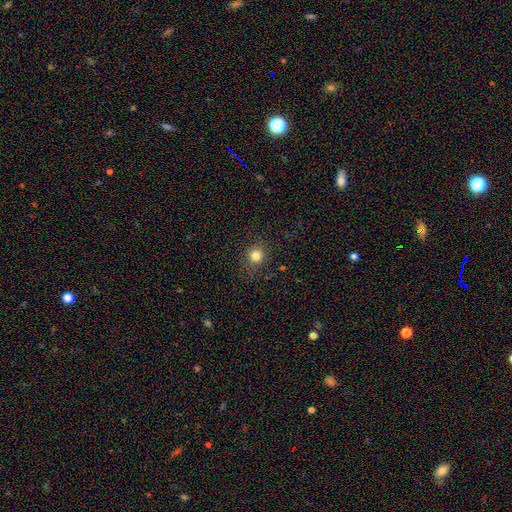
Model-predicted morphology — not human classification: smooth-or-featured: smooth: 81% | star or artifact: 13% | featured or disk: 5%
  how-rounded: round: 91% | in between: 8% | cigar-shaped: 1%
  merging: none: 88% | minor disturbance: 8% | major disturbance: 3% | merger: 1%